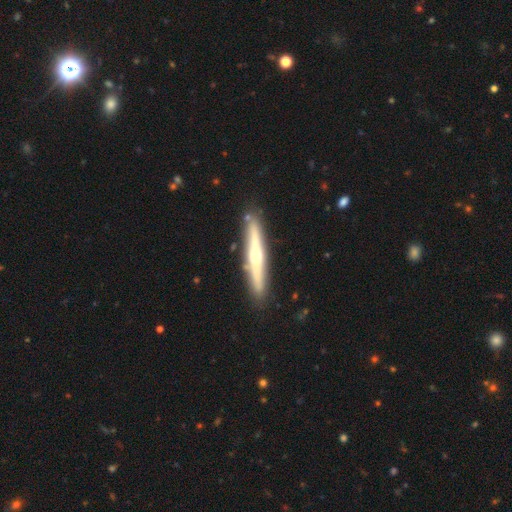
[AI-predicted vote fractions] A featured or disk galaxy (64%) viewed edge-on (94%) with a rounded central bulge (81%). Merging: none (86%).